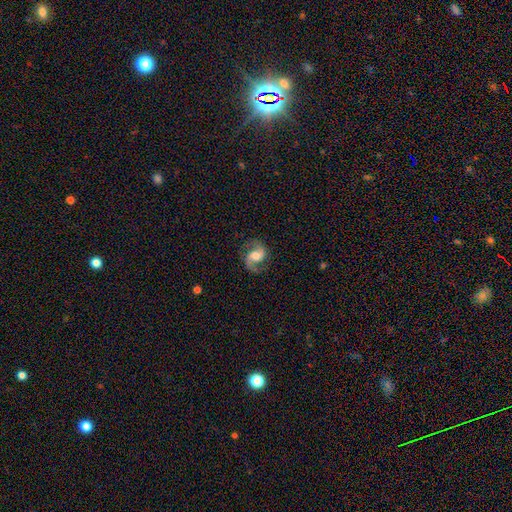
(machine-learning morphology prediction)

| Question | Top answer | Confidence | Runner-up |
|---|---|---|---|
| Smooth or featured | featured or disk | 85% | smooth (9%) |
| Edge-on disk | no | 98% | yes (2%) |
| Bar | weak | 44% | no (39%) |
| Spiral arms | yes | 97% | no (3%) |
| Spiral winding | medium | 51% | loose (37%) |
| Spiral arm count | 2 | 93% | 1 (2%) |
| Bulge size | moderate | 57% | large (22%) |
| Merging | none | 80% | minor disturbance (13%) |